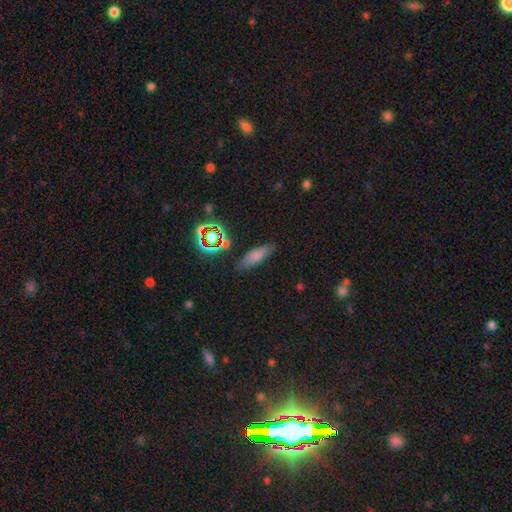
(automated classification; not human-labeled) Overall: smooth (73%). How rounded: in between (54%; cigar-shaped 42%). Merging: none (81%).